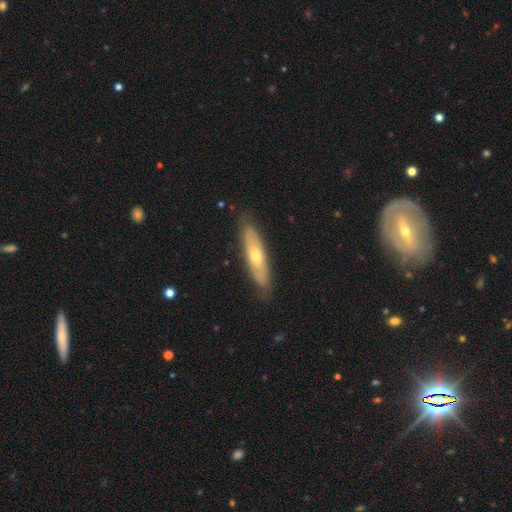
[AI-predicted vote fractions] smooth-or-featured: featured or disk: 49% | smooth: 45% | star or artifact: 6%
  merging: none: 84% | minor disturbance: 13% | major disturbance: 2% | merger: 1%